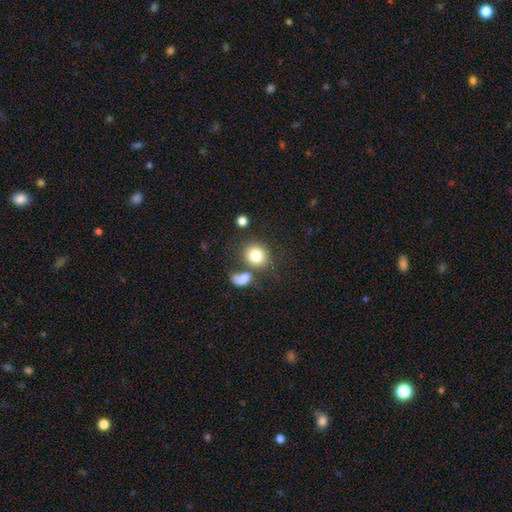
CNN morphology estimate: Smooth or featured? Predicted: smooth (p=0.81). How rounded? Predicted: round (p=0.72). Merging? Predicted: none (p=0.62).